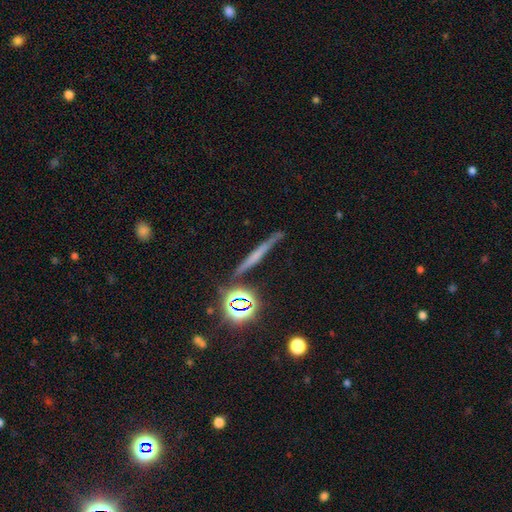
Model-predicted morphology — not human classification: Smooth or featured?
  - smooth: 39% *
  - featured or disk: 38%
  - star or artifact: 22%
Merging?
  - none: 83% *
  - minor disturbance: 11%
  - merger: 3%
  - major disturbance: 3%